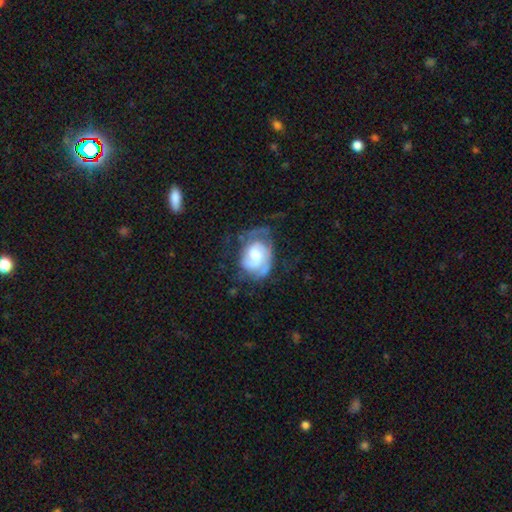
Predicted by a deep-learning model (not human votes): Morphology: type=featured or disk (78%); edge-on=no (98%); bar=no (62%); spiral arms=yes (92%); winding=tight (49%); arm count=2 (49%); bulge=moderate (49%); merging=none (46%).